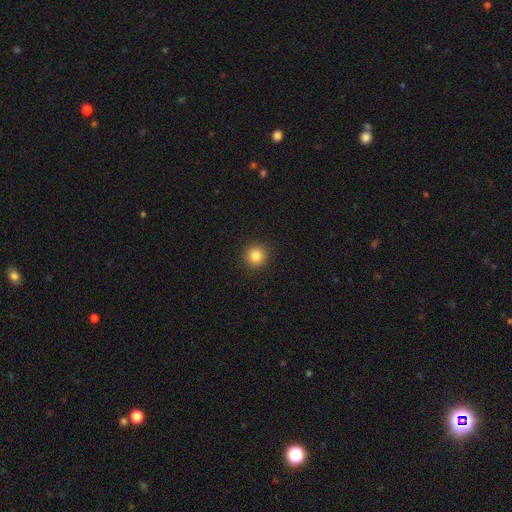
This is clearly a smooth galaxy (92%). How rounded: clearly round (94%). Merging: clearly none (91%).